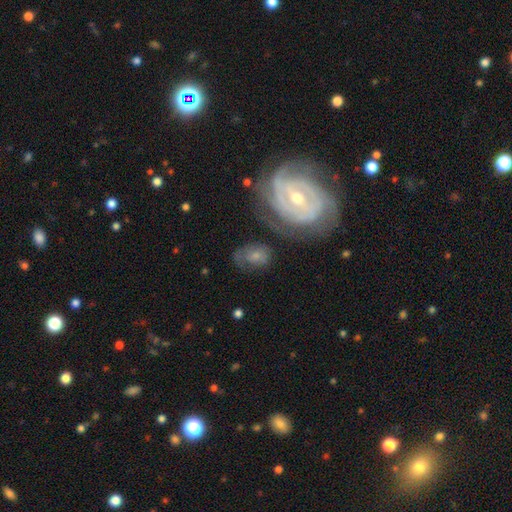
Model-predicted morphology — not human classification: A featured or disk galaxy (55%) with no bar (54%), spiral arms (78%) and a moderate central bulge (46%). Merging: none (51%).